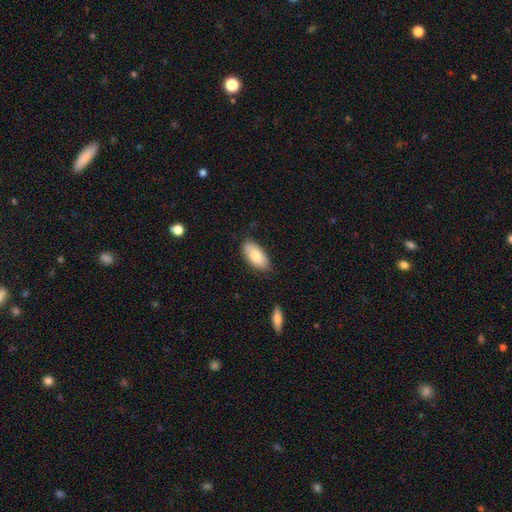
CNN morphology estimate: The model was most divided on "smooth or featured": smooth: 78%, featured or disk: 16%, star or artifact: 6%. More confident: how rounded — in between (92%); merging — none (81%).